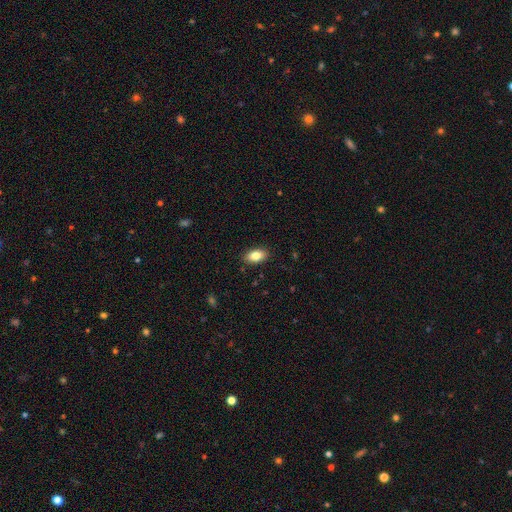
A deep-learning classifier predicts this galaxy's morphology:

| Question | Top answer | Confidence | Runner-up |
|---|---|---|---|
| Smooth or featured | smooth | 83% | featured or disk (10%) |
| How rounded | in between | 92% | round (5%) |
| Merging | none | 89% | minor disturbance (8%) |